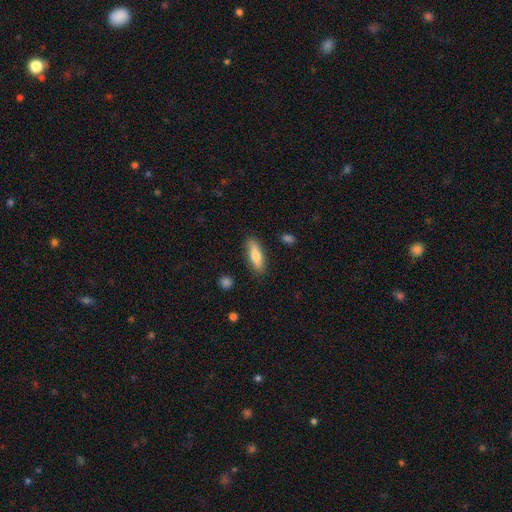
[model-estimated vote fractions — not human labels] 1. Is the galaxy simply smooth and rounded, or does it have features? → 72% smooth, 22% featured or disk, 6% star or artifact.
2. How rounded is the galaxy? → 51% cigar-shaped, 47% in between, 2% round.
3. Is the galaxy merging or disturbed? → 86% none, 10% minor disturbance, 2% major disturbance, 2% merger.